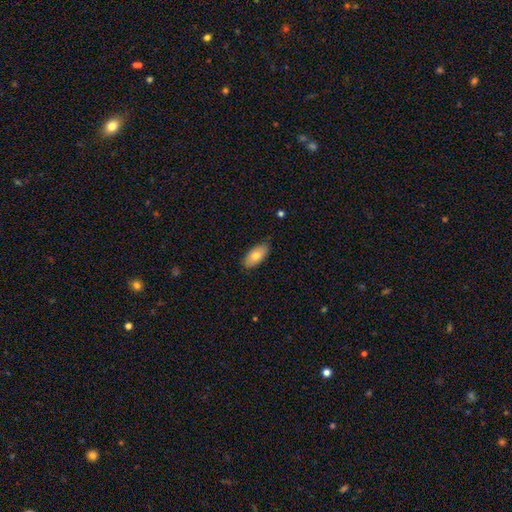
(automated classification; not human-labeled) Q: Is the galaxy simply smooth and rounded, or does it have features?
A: smooth — 77%.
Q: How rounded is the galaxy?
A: in between — 92%.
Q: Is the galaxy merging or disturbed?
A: none — 81%.